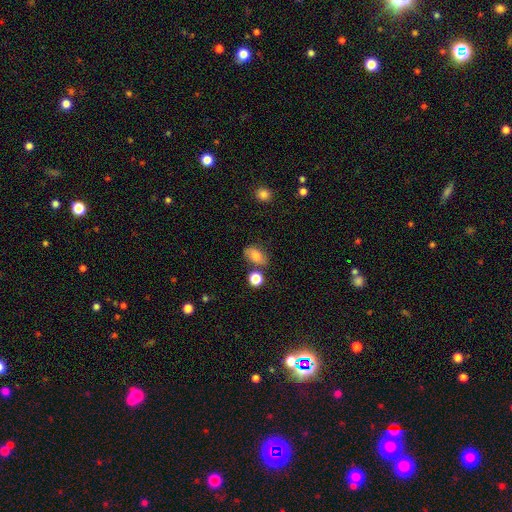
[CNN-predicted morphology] Overall: smooth (70%). How rounded: in between (81%). Merging: none (69%).